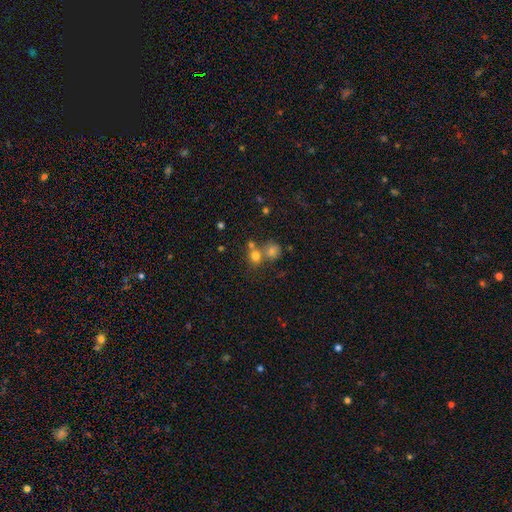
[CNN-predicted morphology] Smooth or featured? smooth (72%)
How rounded? round (80%)
Merging? none (49%)